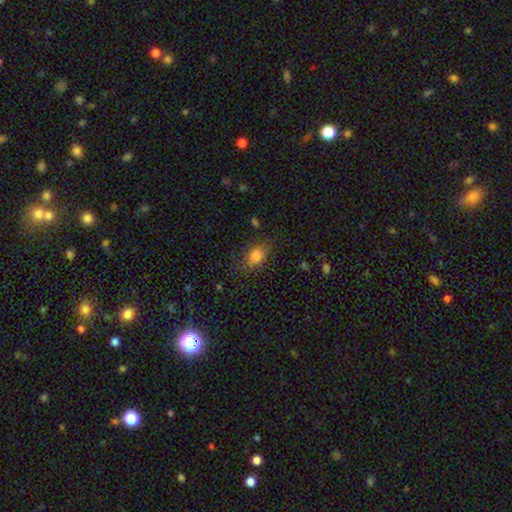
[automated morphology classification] A smooth galaxy with no disk features (83%) that is in between round and cigar-shaped (75%).

Vote fractions:
- Smooth or featured? smooth: 83% / star or artifact: 11% / featured or disk: 6%
- How rounded? in between: 75% / round: 23% / cigar-shaped: 2%
- Merging? none: 73% / minor disturbance: 18% / major disturbance: 7% / merger: 2%